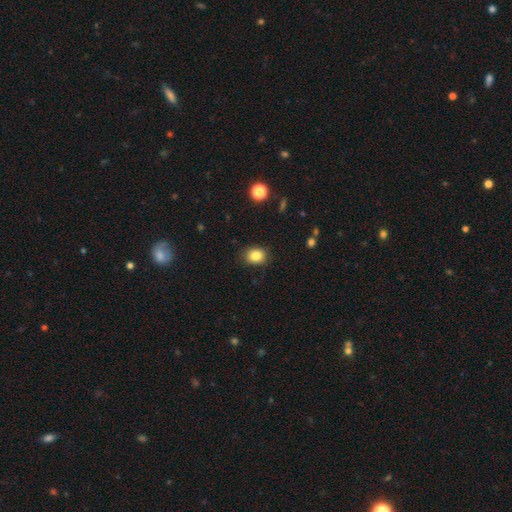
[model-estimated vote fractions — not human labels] Smooth or featured: smooth — 85% (star or artifact — 10%)
How rounded: in between — 50% (round — 49%)
Merging: none — 85% (minor disturbance — 11%)